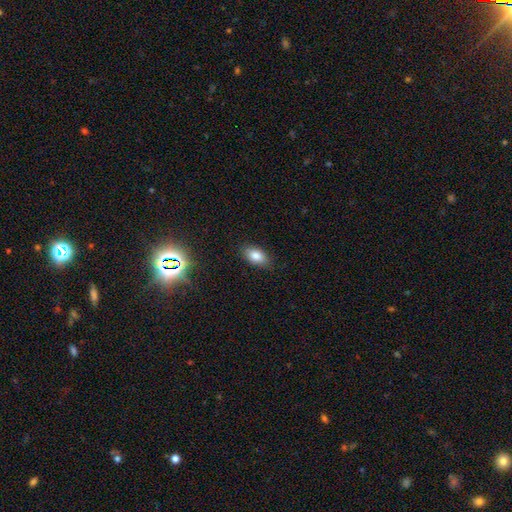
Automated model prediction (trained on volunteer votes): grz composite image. It shows a smooth galaxy with no disk features (83%) that is in between round and cigar-shaped (91%). Merging: none (86%).